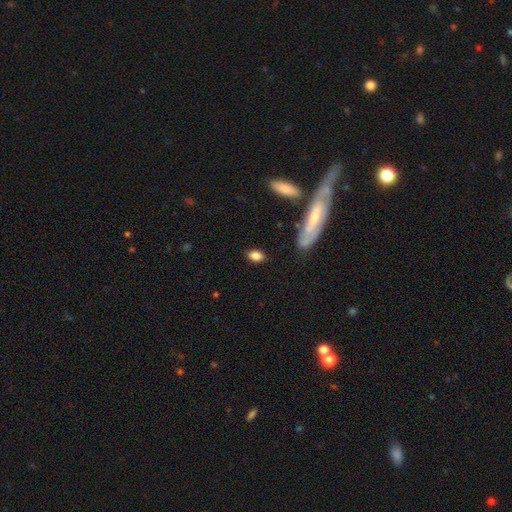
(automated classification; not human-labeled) smooth 82%, featured or disk 9%, star or artifact 8%. Down the decision tree: how rounded — in between (83%); merging — none (81%).